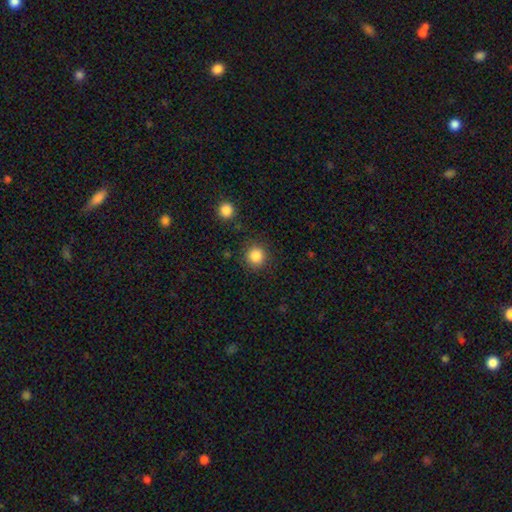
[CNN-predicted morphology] Smooth or featured: smooth — 85% (star or artifact — 11%)
How rounded: round — 92% (in between — 7%)
Merging: none — 86% (minor disturbance — 8%)